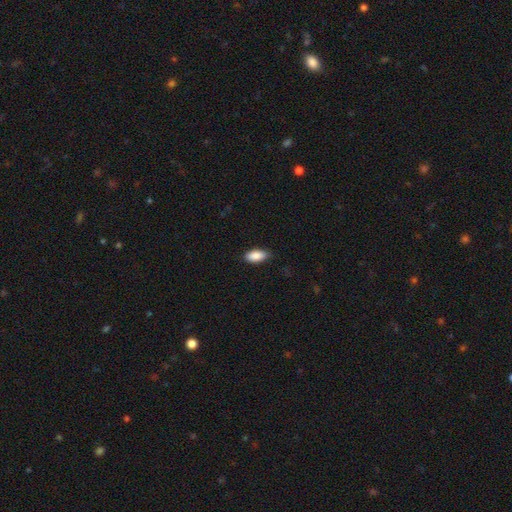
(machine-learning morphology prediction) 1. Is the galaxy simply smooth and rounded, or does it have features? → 89% smooth, 6% star or artifact, 5% featured or disk.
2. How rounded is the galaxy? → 91% in between, 6% cigar-shaped, 3% round.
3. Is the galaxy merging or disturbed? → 83% none, 14% minor disturbance, 2% major disturbance, 1% merger.